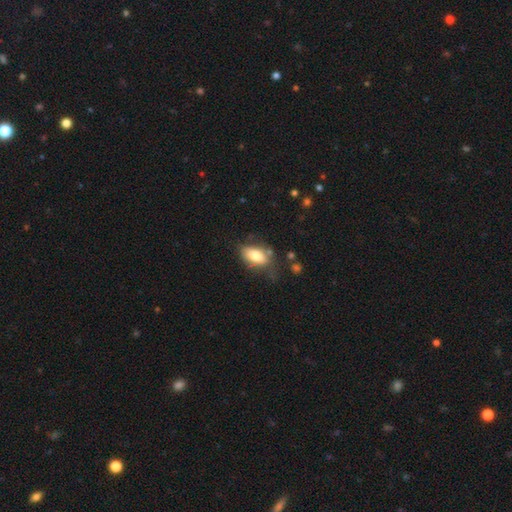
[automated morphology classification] Overall: smooth (76%). How rounded: in between (89%). Merging: none (57%; minor disturbance 27%).